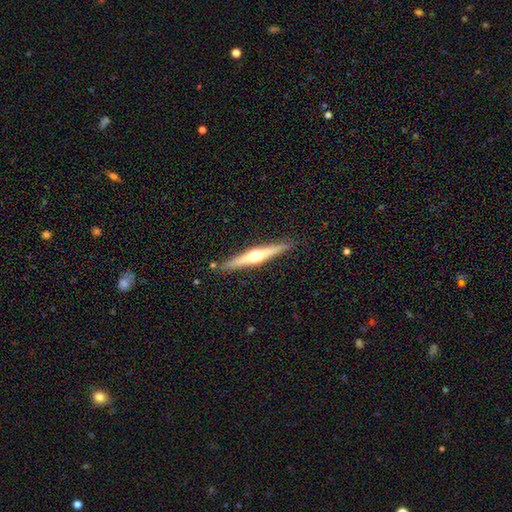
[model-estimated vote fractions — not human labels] This is likely a featured or disk galaxy (73%). It is clearly viewed edge-on (98%). Edge-on bulge: clearly rounded (93%). Merging: clearly none (89%).